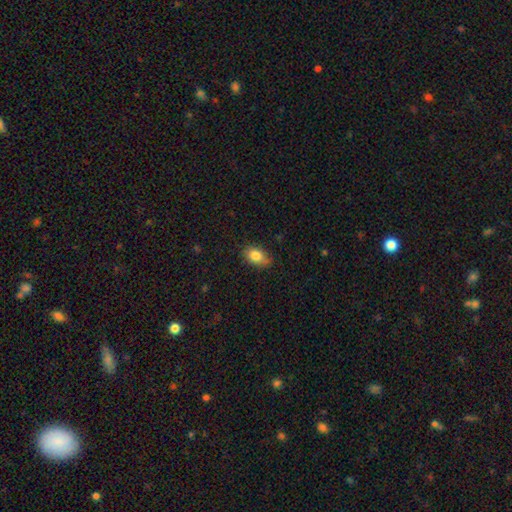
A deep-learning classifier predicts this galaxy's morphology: Overall: smooth (83%). How rounded: in between (84%). Merging: none (78%).